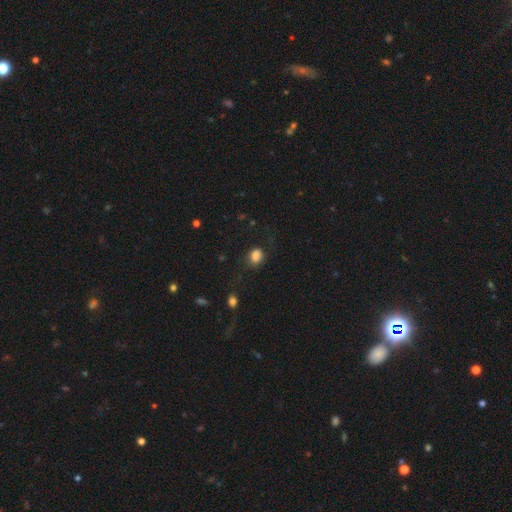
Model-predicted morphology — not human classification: The model was most divided on "how rounded": in between: 58%, round: 41%, cigar-shaped: 1%. More confident: smooth or featured — smooth (82%); merging — none (65%).